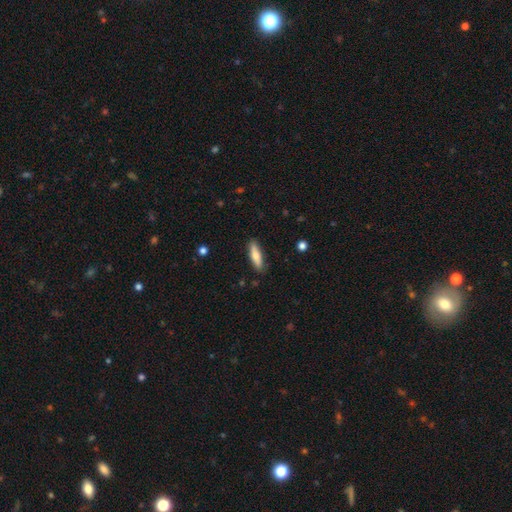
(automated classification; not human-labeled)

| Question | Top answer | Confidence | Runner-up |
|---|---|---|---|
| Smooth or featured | smooth | 72% | featured or disk (22%) |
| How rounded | cigar-shaped | 62% | in between (37%) |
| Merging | none | 85% | minor disturbance (11%) |